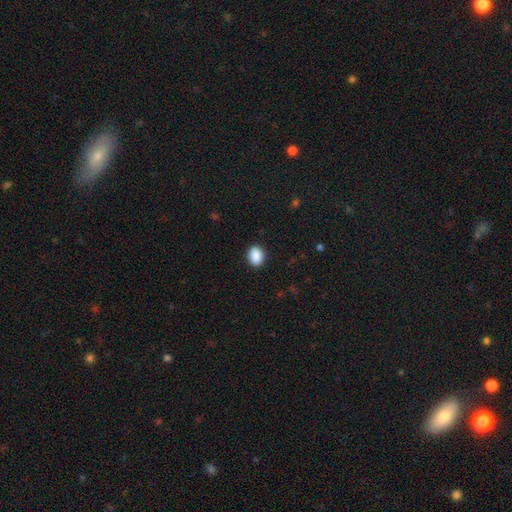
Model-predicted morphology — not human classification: smooth 89%, star or artifact 8%, featured or disk 3%. Down the decision tree: how rounded — in between (63%); merging — none (89%).